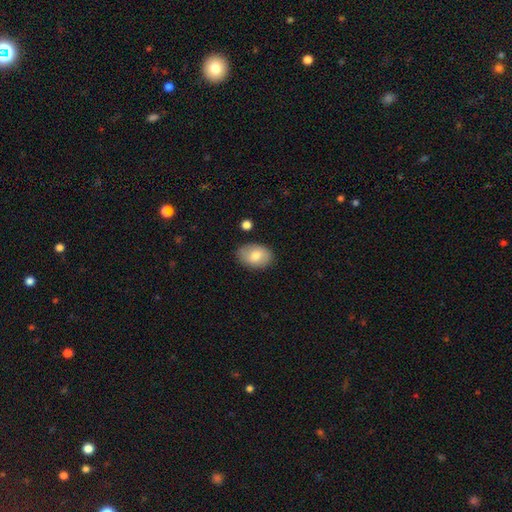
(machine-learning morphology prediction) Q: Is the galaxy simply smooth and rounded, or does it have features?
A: smooth — 77%.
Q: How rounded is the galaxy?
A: in between — 83%.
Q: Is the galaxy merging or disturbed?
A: none — 83%.